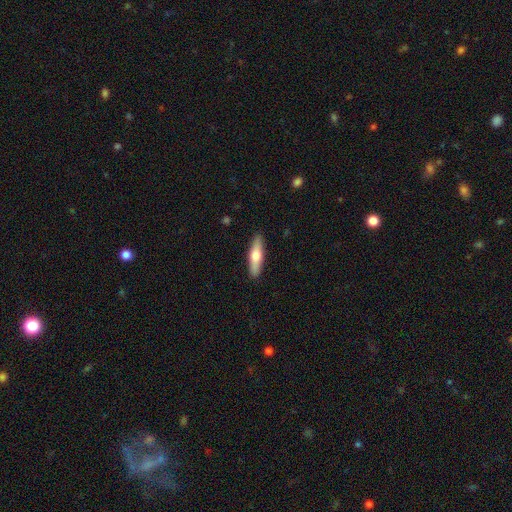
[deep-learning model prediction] This appears to be a smooth galaxy with no disk features (58%) that is cigar-shaped (67%). Merging: none (90%).